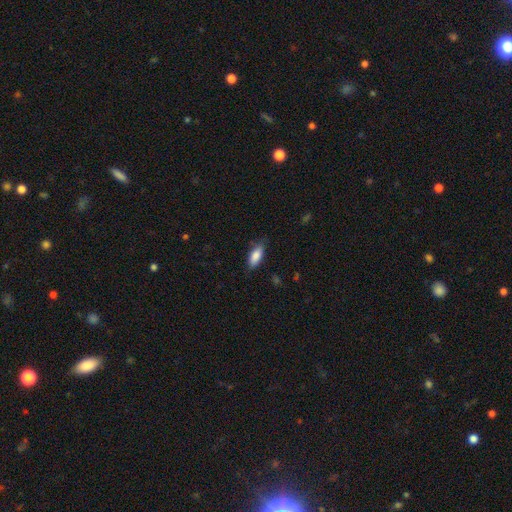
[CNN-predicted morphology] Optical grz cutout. It shows a smooth galaxy with no disk features (86%) that is in between round and cigar-shaped (80%). Merging: none (76%).